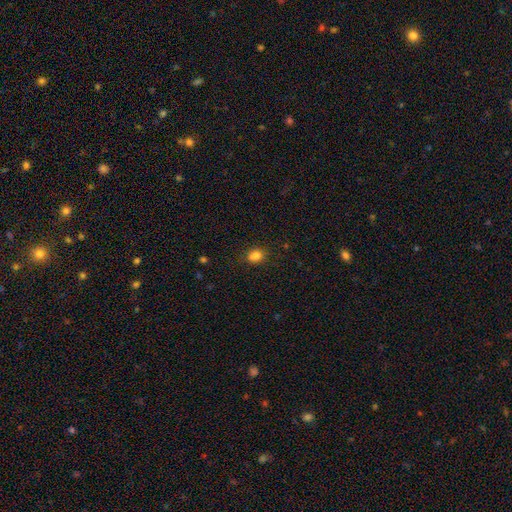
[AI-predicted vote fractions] smooth 78%, star or artifact 13%, featured or disk 9%. Down the decision tree: how rounded — round (60%); merging — none (61%).